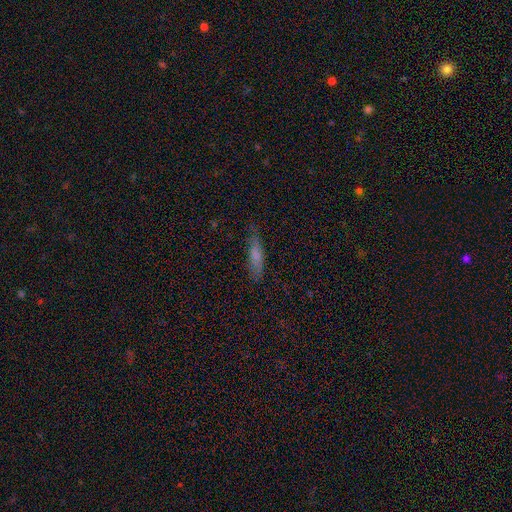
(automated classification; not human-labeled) Overall: smooth (71%). How rounded: cigar-shaped (69%). Merging: none (75%).